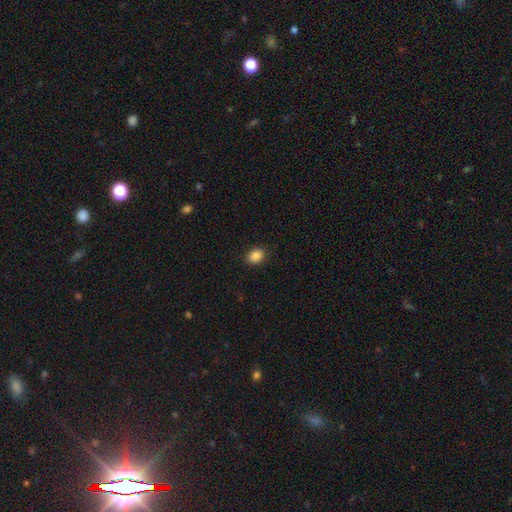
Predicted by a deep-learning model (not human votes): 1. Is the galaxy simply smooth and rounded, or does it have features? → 87% smooth, 9% star or artifact, 3% featured or disk.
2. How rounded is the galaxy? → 58% in between, 41% round, 1% cigar-shaped.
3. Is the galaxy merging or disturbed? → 89% none, 8% minor disturbance, 2% major disturbance, 1% merger.